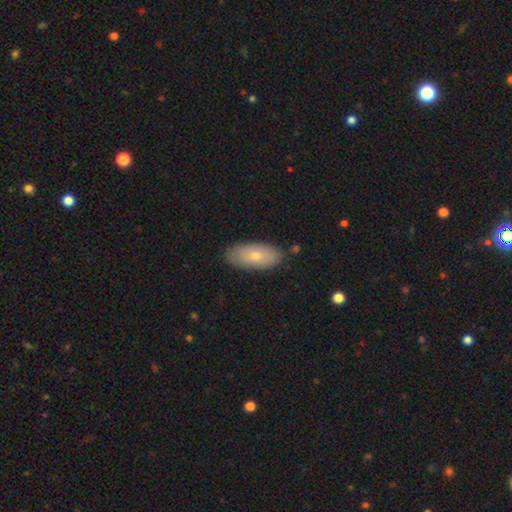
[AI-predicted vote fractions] Morphology: type=smooth (70%); roundness=in between (87%); merging=none (84%).